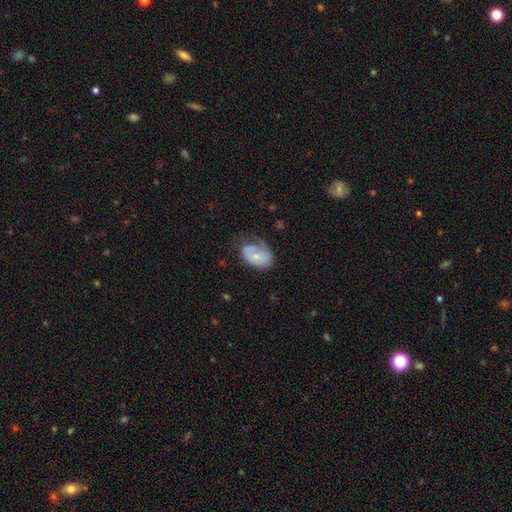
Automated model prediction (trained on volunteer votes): This is possibly a smooth galaxy (50%). How rounded: clearly in between (83%). Merging: marginally none (39%).